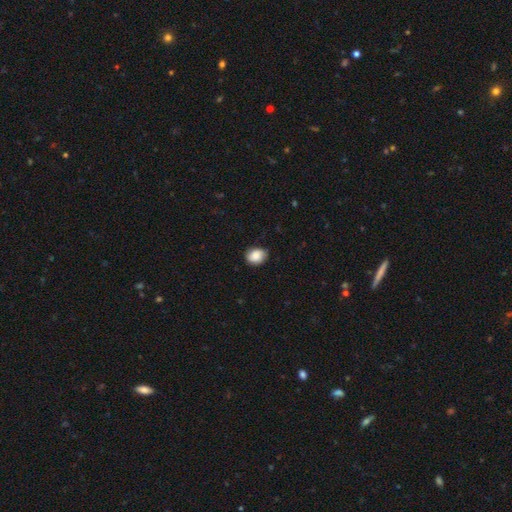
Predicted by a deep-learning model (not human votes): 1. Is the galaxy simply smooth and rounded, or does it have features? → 86% smooth, 7% star or artifact, 7% featured or disk.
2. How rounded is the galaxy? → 52% in between, 47% round, 1% cigar-shaped.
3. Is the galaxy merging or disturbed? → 77% none, 19% minor disturbance, 3% major disturbance, 1% merger.